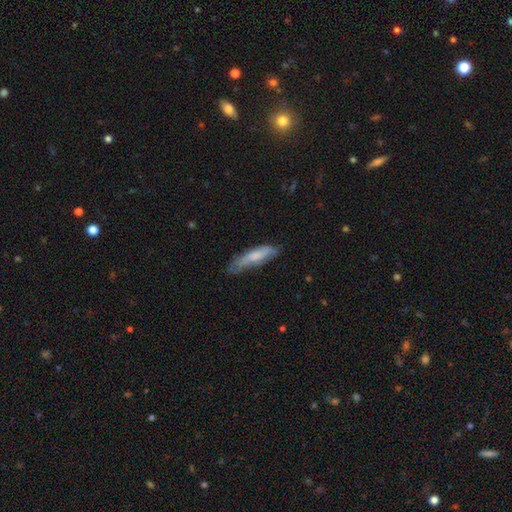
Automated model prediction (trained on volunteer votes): smooth_or_featured: smooth (p=0.64) [alt: featured or disk p=0.30]
how_rounded: cigar-shaped (p=0.67) [alt: in between p=0.31]
merging: none (p=0.52) [alt: minor disturbance p=0.34]